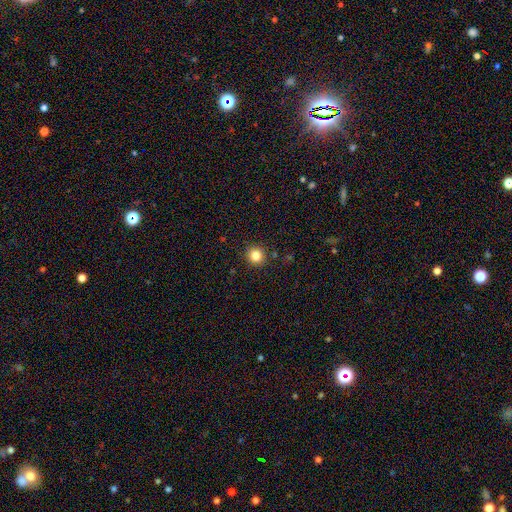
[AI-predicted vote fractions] A smooth galaxy with no disk features (84%) that is round (93%). Merging: none (91%).